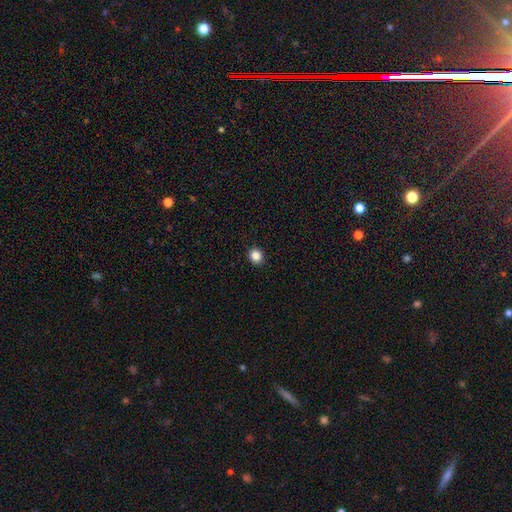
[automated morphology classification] Q: Smooth or featured?
A: smooth (86%); runner-up: star or artifact (11%)
Q: How rounded?
A: round (77%); runner-up: in between (22%)
Q: Merging?
A: none (92%); runner-up: minor disturbance (6%)